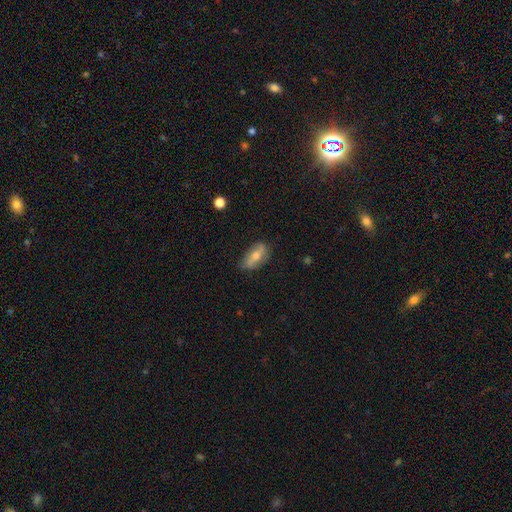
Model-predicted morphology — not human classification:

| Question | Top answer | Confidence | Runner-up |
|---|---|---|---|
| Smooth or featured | smooth | 50% | featured or disk (41%) |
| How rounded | in between | 80% | cigar-shaped (15%) |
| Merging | none | 74% | minor disturbance (20%) |